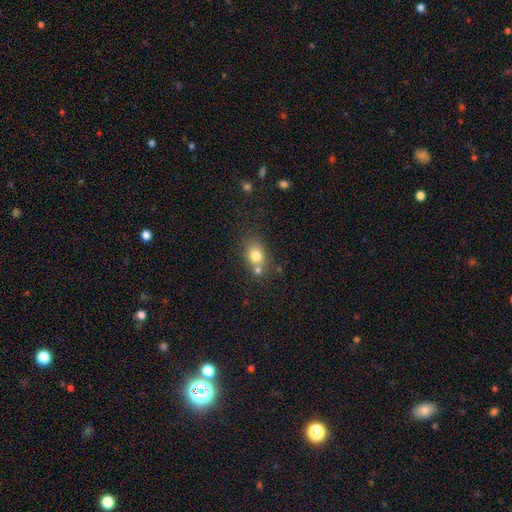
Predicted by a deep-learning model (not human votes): The model was most divided on "how rounded": in between: 53%, round: 45%, cigar-shaped: 1%. More confident: smooth or featured — smooth (77%); merging — none (54%).